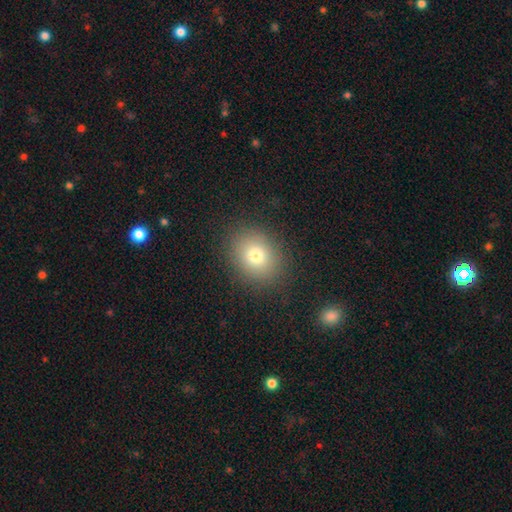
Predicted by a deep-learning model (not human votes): This appears to be a smooth galaxy with no disk features (76%) that is round (57%). Merging: none (86%).